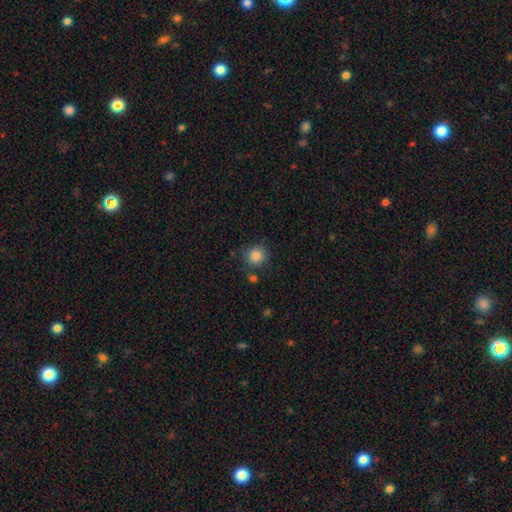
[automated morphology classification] Smooth or featured? Predicted: smooth (p=0.86). How rounded? Predicted: round (p=0.90). Merging? Predicted: none (p=0.80).